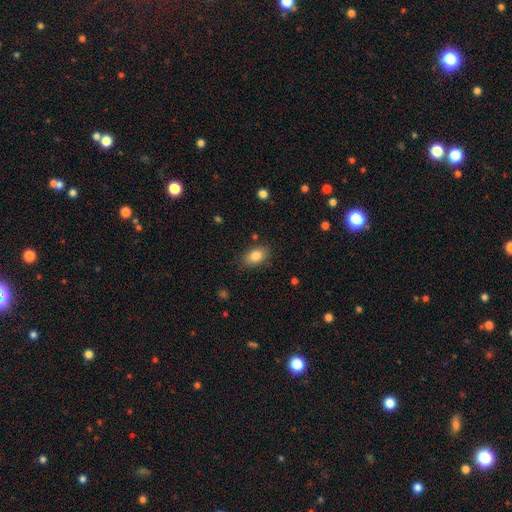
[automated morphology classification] A smooth galaxy with no disk features (85%) that is in between round and cigar-shaped (88%).

Vote fractions:
- Smooth or featured? smooth: 85% / star or artifact: 8% / featured or disk: 7%
- How rounded? in between: 88% / round: 10% / cigar-shaped: 2%
- Merging? none: 83% / minor disturbance: 12% / major disturbance: 3% / merger: 1%